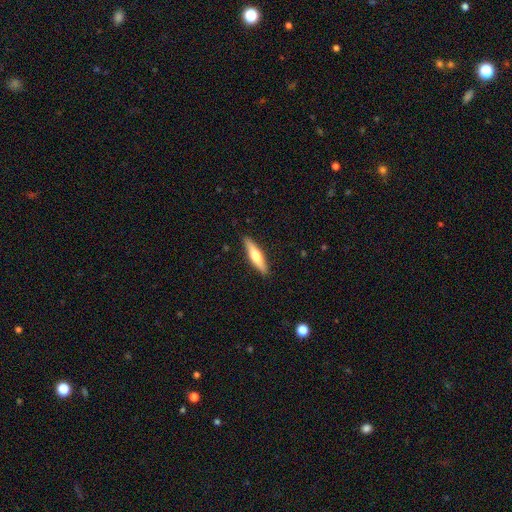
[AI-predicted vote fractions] A smooth galaxy with no disk features (56%) that is cigar-shaped (79%).

Vote fractions:
- Smooth or featured? smooth: 56% / featured or disk: 39% / star or artifact: 5%
- How rounded? cigar-shaped: 79% / in between: 19% / round: 2%
- Merging? none: 89% / minor disturbance: 8% / major disturbance: 2% / merger: 1%